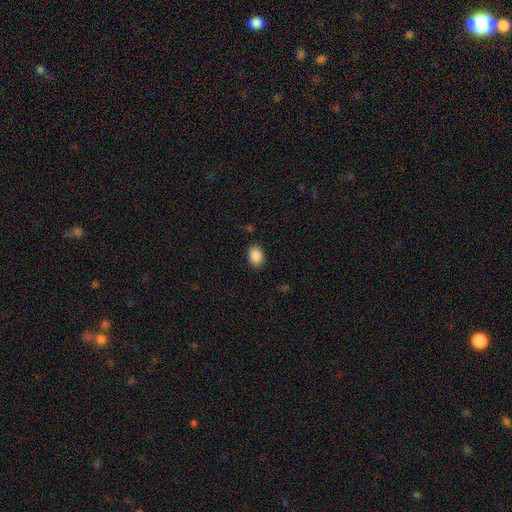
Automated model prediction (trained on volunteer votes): Morphology: type=smooth (89%); roundness=in between (71%); merging=none (87%).